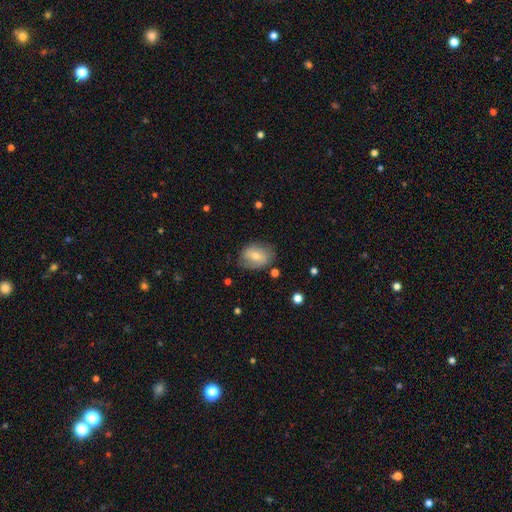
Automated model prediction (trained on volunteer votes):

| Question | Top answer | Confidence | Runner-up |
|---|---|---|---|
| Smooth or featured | smooth | 50% | featured or disk (40%) |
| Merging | none | 72% | minor disturbance (20%) |